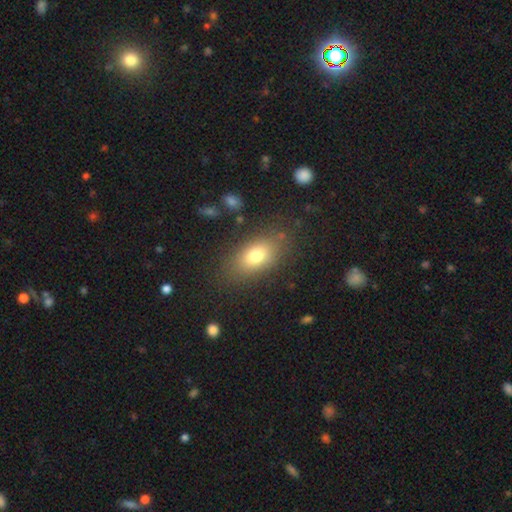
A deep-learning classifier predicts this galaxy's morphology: Smooth or featured?
  - smooth: 75% *
  - featured or disk: 14%
  - star or artifact: 10%
How rounded?
  - in between: 85% *
  - round: 12%
  - cigar-shaped: 3%
Merging?
  - none: 81% *
  - minor disturbance: 12%
  - major disturbance: 5%
  - merger: 2%